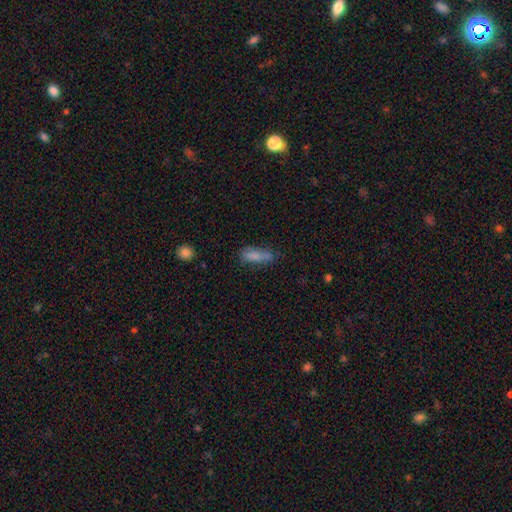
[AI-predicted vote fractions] Morphology: type=smooth (76%); roundness=in between (55%); merging=none (57%).